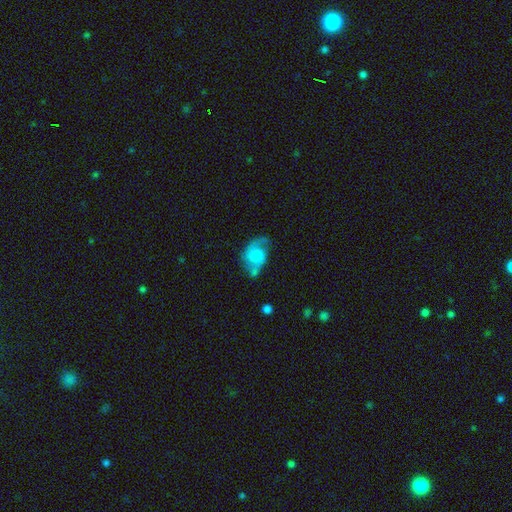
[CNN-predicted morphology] The model was most divided on "bulge size" (2-way tie): moderate: 28%, none: 28%, large: 22%, small: 19%, dominant: 3%. Remaining: edge-on disk — no (97%); spiral arms — yes (90%); spiral arm count — 2 (85%); smooth or featured — featured or disk (67%); merging — none (53%); bar — no (53%); spiral winding — medium (44%).